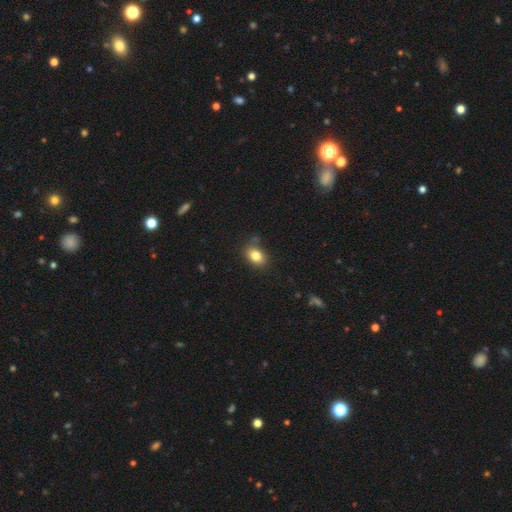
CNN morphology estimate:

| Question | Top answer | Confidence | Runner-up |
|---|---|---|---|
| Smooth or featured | smooth | 82% | star or artifact (10%) |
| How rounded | in between | 75% | round (23%) |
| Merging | none | 75% | minor disturbance (17%) |